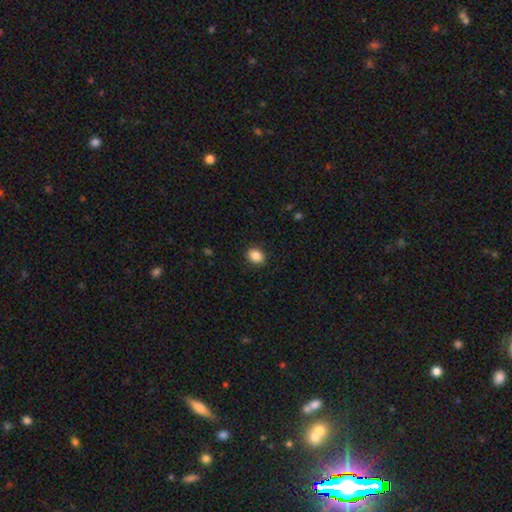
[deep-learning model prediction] A smooth galaxy with no disk features (87%) that is in between round and cigar-shaped (54%). Merging: none (89%).